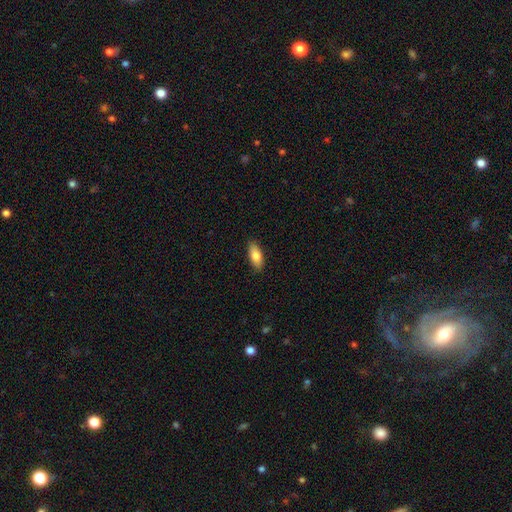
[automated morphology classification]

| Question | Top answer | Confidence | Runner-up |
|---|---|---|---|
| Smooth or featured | smooth | 80% | featured or disk (13%) |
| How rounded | in between | 83% | cigar-shaped (14%) |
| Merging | none | 88% | minor disturbance (9%) |